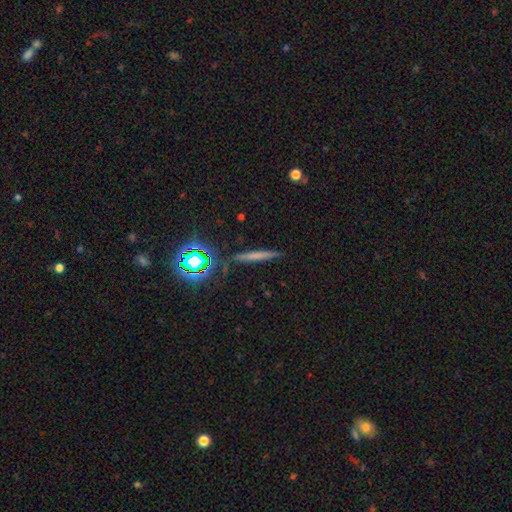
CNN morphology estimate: This is possibly a smooth galaxy (52%). How rounded: clearly cigar-shaped (91%). Merging: clearly none (85%).